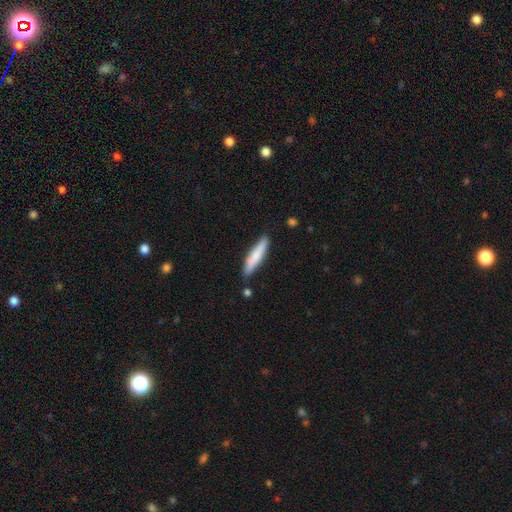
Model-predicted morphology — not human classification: Overall: smooth (74%). How rounded: cigar-shaped (84%). Merging: none (84%).